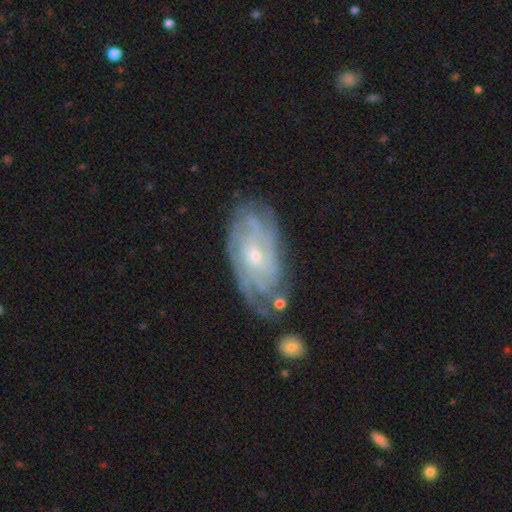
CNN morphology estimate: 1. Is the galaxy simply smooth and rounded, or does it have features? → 83% featured or disk, 11% smooth, 6% star or artifact.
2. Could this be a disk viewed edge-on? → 94% no, 6% yes.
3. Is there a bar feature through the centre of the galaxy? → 71% no, 24% weak, 5% strong.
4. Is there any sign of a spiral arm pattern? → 94% yes, 6% no.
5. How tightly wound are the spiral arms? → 72% tight, 23% medium, 6% loose.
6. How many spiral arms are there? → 43% can't tell, 18% 4, 14% 3, 11% 2, 9% more than 4, 5% 1.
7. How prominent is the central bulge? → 64% small, 32% moderate, 1% large, 1% none, 1% dominant.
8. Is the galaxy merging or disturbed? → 67% none, 21% minor disturbance, 8% major disturbance, 5% merger.